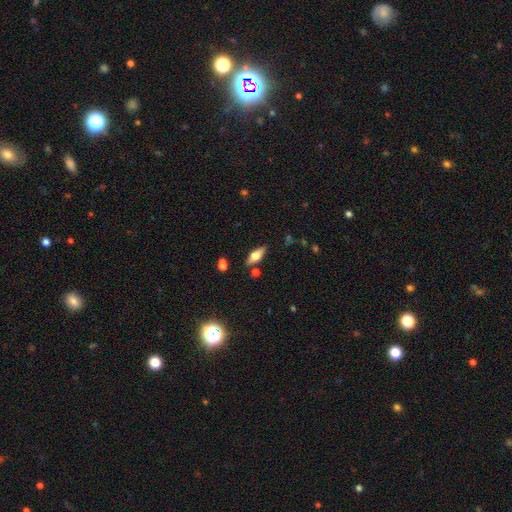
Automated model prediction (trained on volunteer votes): Overall: smooth (54%; featured or disk 38%). How rounded: in between (70%). Merging: none (82%).